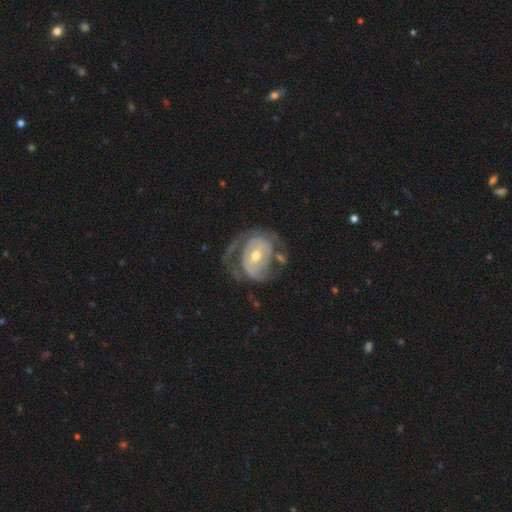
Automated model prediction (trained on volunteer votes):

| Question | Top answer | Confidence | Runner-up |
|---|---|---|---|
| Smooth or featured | featured or disk | 81% | smooth (14%) |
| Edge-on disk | no | 97% | yes (3%) |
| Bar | no | 42% | weak (38%) |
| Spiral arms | yes | 78% | no (22%) |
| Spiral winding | tight | 48% | medium (34%) |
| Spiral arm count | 2 | 55% | can't tell (24%) |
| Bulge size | moderate | 62% | small (32%) |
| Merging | none | 47% | major disturbance (28%) |